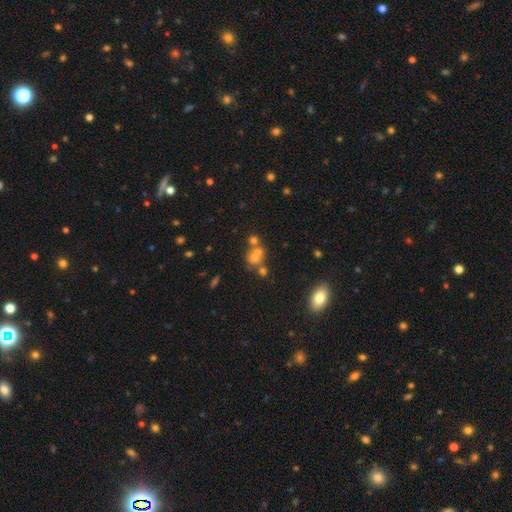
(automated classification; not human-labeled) This appears to be a smooth galaxy with no disk features (60%) that is round (76%). Merging: merger (50%).